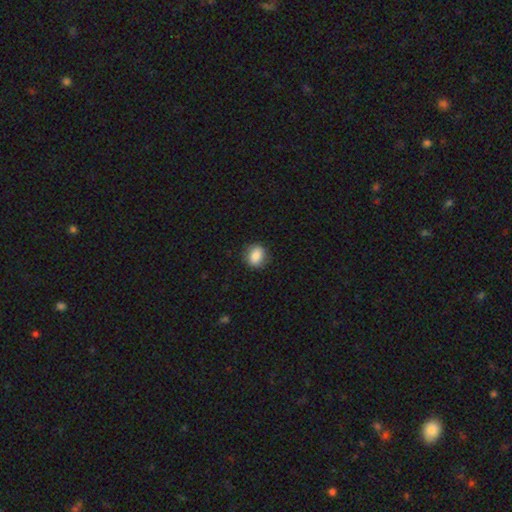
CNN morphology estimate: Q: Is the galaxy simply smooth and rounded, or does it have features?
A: smooth — 84%.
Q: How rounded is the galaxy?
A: round — 56%.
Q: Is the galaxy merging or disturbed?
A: none — 85%.